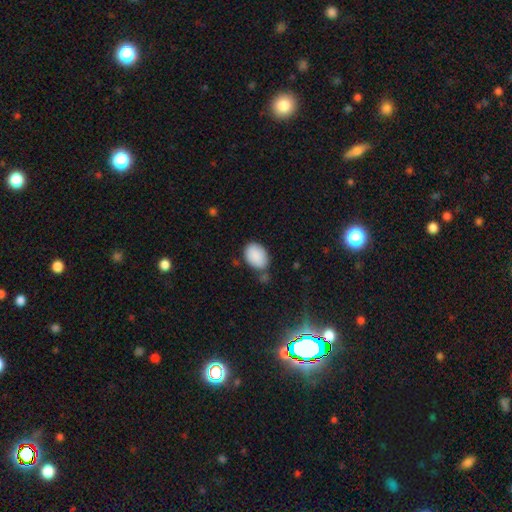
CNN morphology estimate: The model was most divided on "merging": none: 62%, minor disturbance: 24%, merger: 9%, major disturbance: 5%. More confident: smooth or featured — smooth (89%); how rounded — in between (81%).